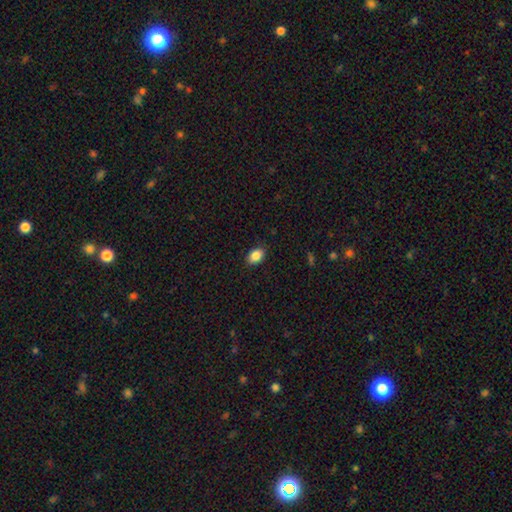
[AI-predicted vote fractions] smooth_or_featured: smooth (p=0.87) [alt: star or artifact p=0.08]
how_rounded: in between (p=0.79) [alt: round p=0.20]
merging: none (p=0.88) [alt: minor disturbance p=0.09]